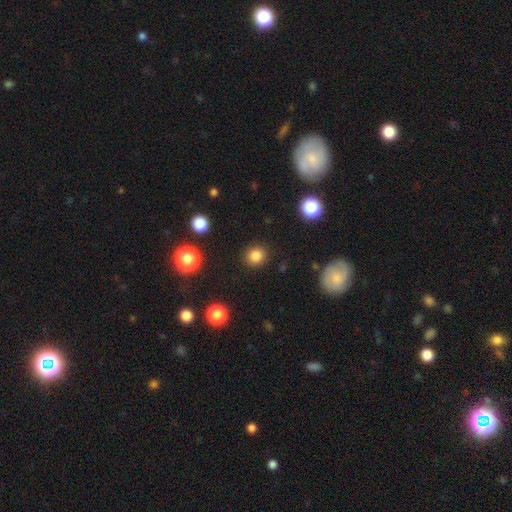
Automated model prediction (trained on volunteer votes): smooth_or_featured: smooth (p=0.84) [alt: star or artifact p=0.12]
how_rounded: round (p=0.87) [alt: in between p=0.12]
merging: none (p=0.90) [alt: minor disturbance p=0.06]